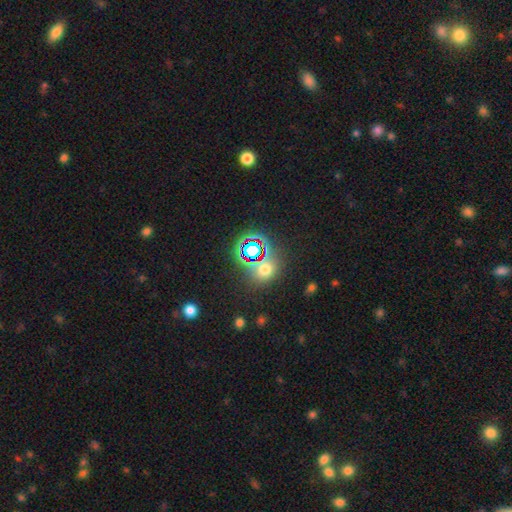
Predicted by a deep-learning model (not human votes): A star or artifact, not a galaxy (62%).

Vote fractions:
- Smooth or featured? star or artifact: 62% / smooth: 29% / featured or disk: 9%